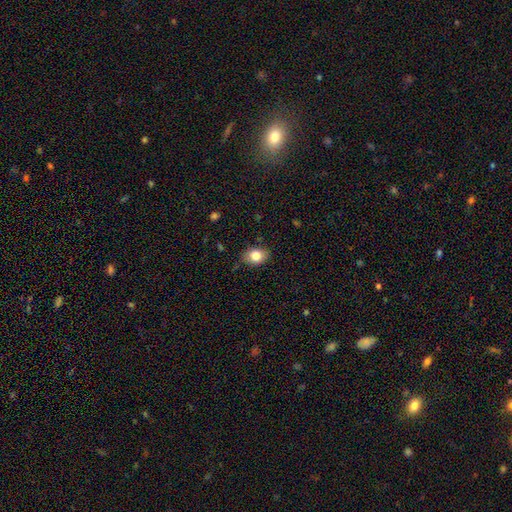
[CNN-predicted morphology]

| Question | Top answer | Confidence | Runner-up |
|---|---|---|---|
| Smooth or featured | smooth | 82% | featured or disk (10%) |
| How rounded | in between | 70% | round (29%) |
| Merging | none | 81% | minor disturbance (15%) |